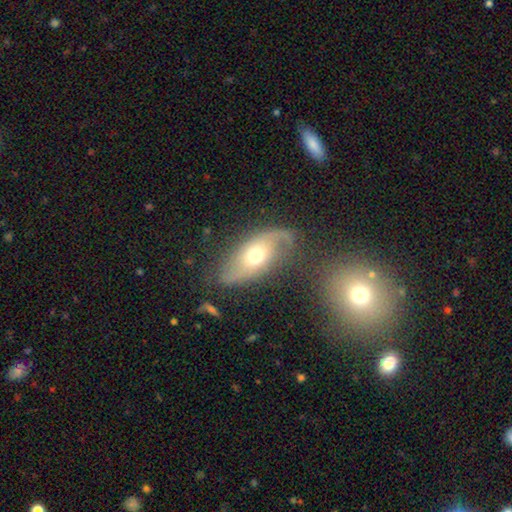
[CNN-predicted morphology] smooth_or_featured: featured or disk (p=0.64) [alt: smooth p=0.28]
disk_edge_on: no (p=0.88) [alt: yes p=0.12]
bar: no (p=0.73) [alt: weak p=0.20]
has_spiral_arms: yes (p=0.78) [alt: no p=0.22]
bulge_size: moderate (p=0.71) [alt: small p=0.17]
merging: none (p=0.64) [alt: minor disturbance p=0.20]